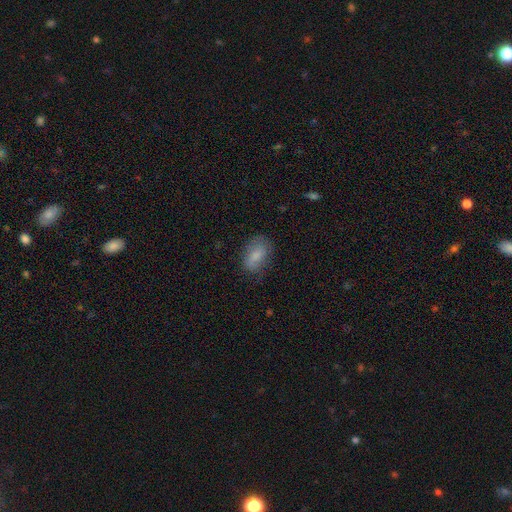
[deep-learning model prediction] Morphology: type=smooth (78%); roundness=in between (88%); merging=none (67%).